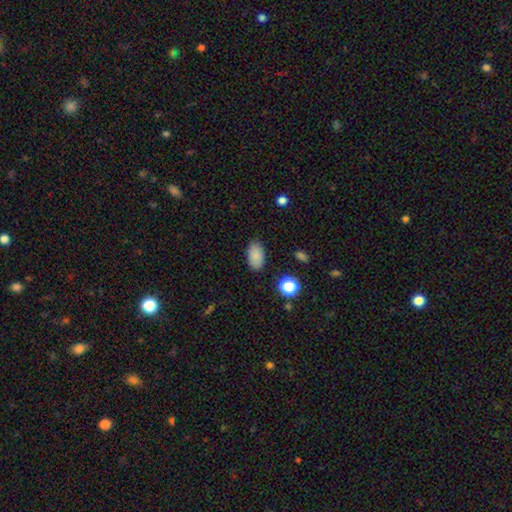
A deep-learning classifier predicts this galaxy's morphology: smooth 86%, star or artifact 9%, featured or disk 5%. Down the decision tree: how rounded — in between (92%); merging — none (86%).